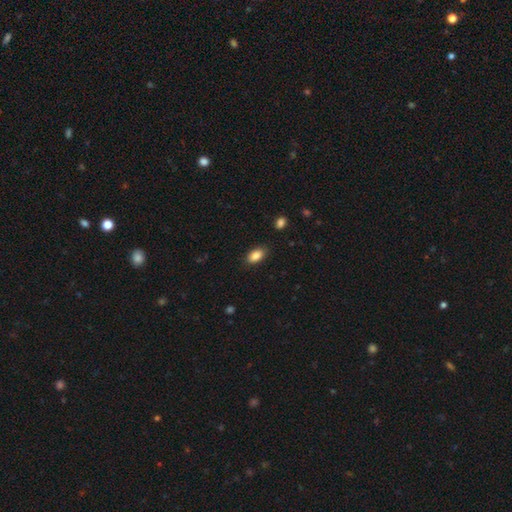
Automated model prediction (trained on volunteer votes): smooth_or_featured: smooth (p=0.88) [alt: star or artifact p=0.08]
how_rounded: in between (p=0.91) [alt: round p=0.06]
merging: none (p=0.86) [alt: minor disturbance p=0.10]